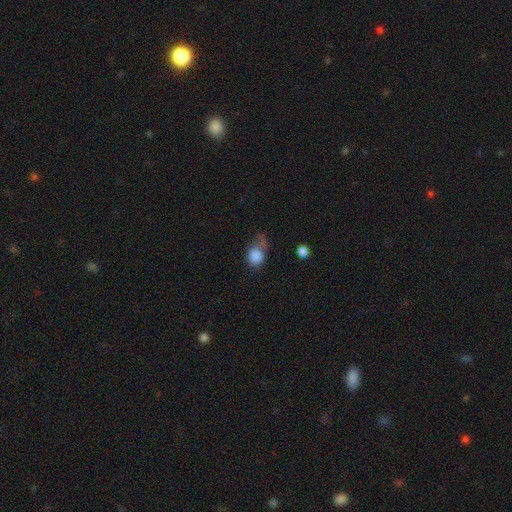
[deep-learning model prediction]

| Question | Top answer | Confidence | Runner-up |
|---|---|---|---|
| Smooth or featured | smooth | 83% | star or artifact (9%) |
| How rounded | round | 55% | in between (43%) |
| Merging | none | 33% | minor disturbance (31%) |